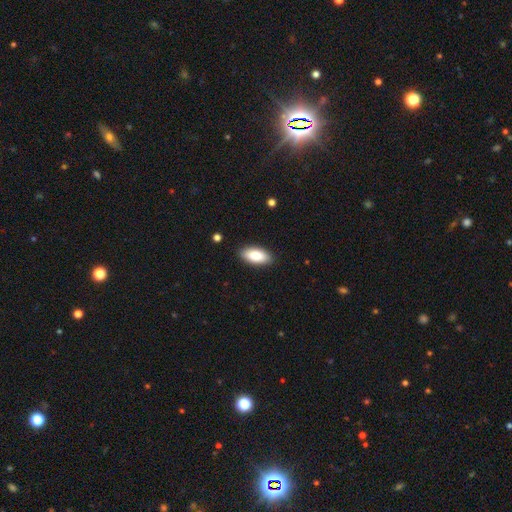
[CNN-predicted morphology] Overall: smooth (83%). How rounded: in between (89%). Merging: none (89%).